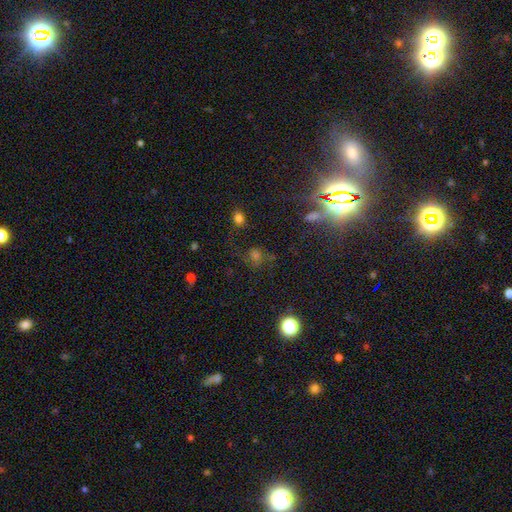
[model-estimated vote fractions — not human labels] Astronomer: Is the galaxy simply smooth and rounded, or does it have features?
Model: star or artifact — 54% (runner-up: smooth, 29%).